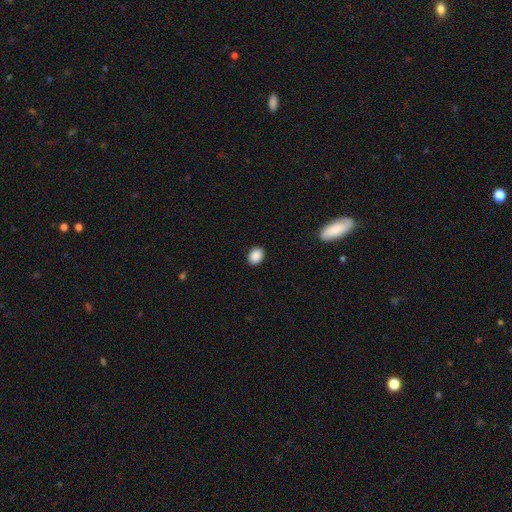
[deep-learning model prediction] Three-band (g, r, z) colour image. It shows a smooth galaxy with no disk features (89%) that is in between round and cigar-shaped (66%). Merging: none (90%).